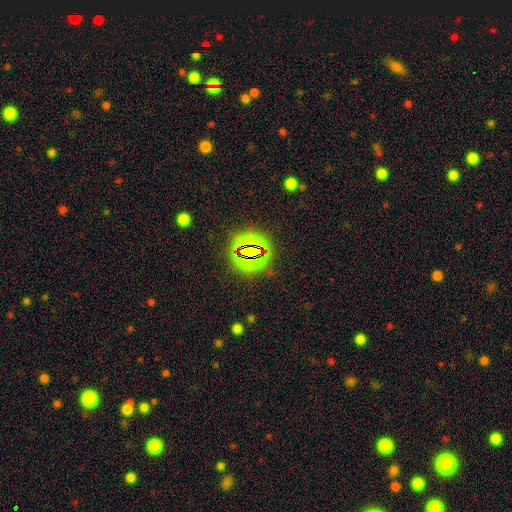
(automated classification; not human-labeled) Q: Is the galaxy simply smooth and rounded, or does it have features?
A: star or artifact — 79%.